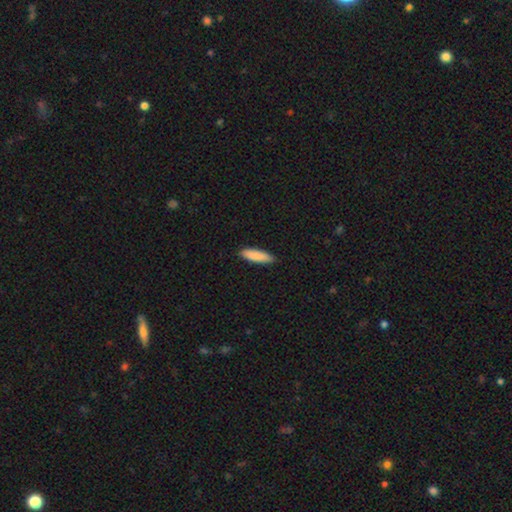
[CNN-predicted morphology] Q: Smooth or featured?
A: smooth (87%); runner-up: featured or disk (7%)
Q: How rounded?
A: cigar-shaped (61%); runner-up: in between (37%)
Q: Merging?
A: none (88%); runner-up: minor disturbance (9%)